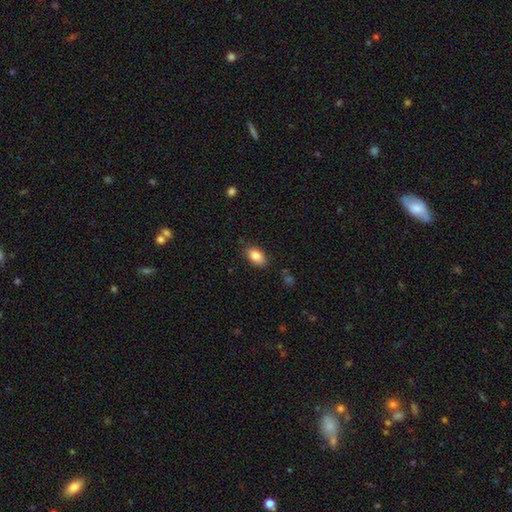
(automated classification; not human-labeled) Morphology: type=smooth (85%); roundness=in between (91%); merging=none (83%).